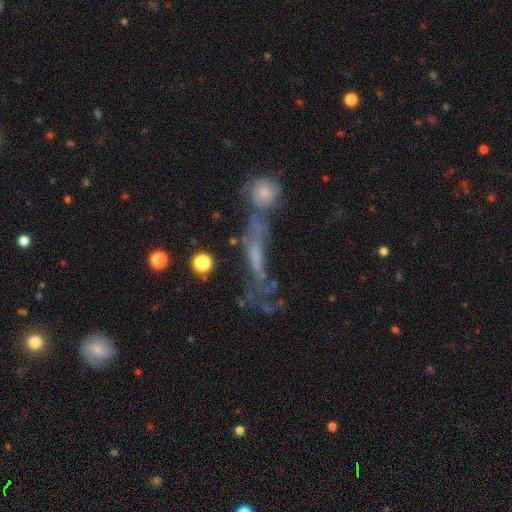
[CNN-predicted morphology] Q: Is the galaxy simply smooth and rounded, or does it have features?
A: featured or disk — 51%.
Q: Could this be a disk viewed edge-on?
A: no — 66%.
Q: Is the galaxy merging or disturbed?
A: merger — 37%.